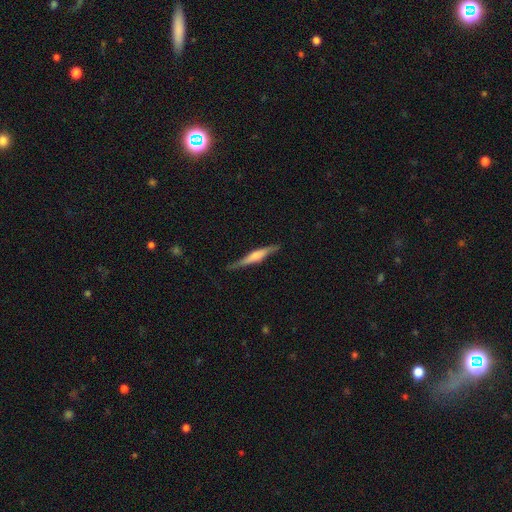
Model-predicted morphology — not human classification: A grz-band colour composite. It shows a featured or disk galaxy (60%) viewed edge-on (94%) with a rounded central bulge (58%). Merging: none (79%).